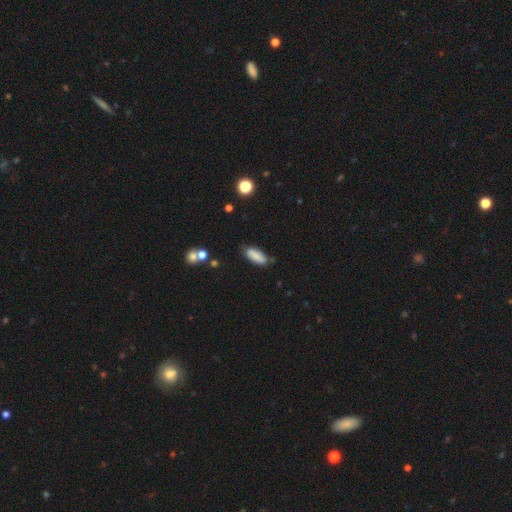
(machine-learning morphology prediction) smooth_or_featured: smooth (p=0.83) [alt: featured or disk p=0.10]
how_rounded: in between (p=0.74) [alt: cigar-shaped p=0.24]
merging: none (p=0.71) [alt: minor disturbance p=0.21]